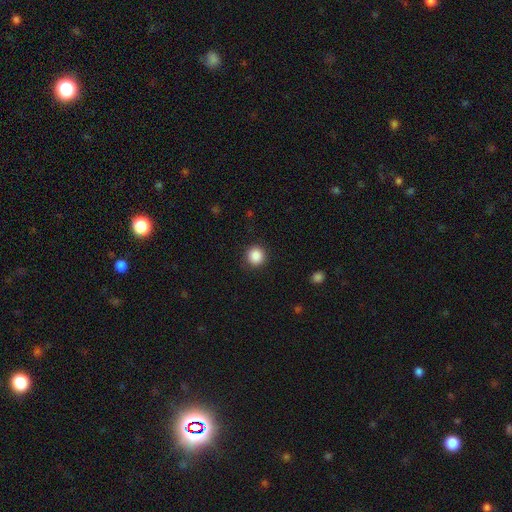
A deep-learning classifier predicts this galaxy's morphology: Smooth or featured?
  - smooth: 88% *
  - star or artifact: 9%
  - featured or disk: 3%
How rounded?
  - round: 94% *
  - in between: 5%
  - cigar-shaped: 1%
Merging?
  - none: 90% *
  - minor disturbance: 7%
  - major disturbance: 2%
  - merger: 1%